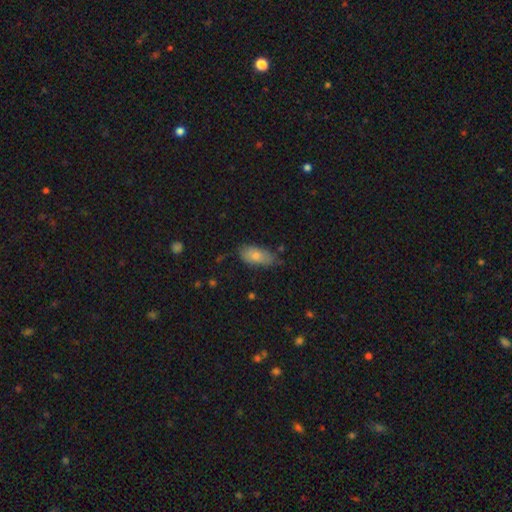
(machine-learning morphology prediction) type=smooth (79%); roundness=in between (90%); merging=none (57%).